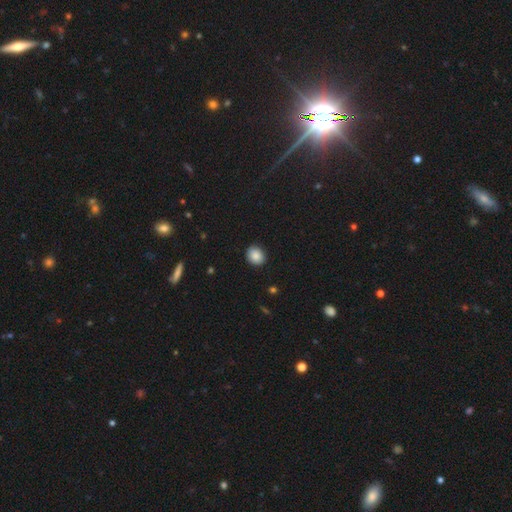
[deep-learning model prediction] smooth-or-featured: smooth: 87% | star or artifact: 9% | featured or disk: 4%
  how-rounded: round: 69% | in between: 30% | cigar-shaped: 1%
  merging: none: 89% | minor disturbance: 8% | major disturbance: 2% | merger: 1%